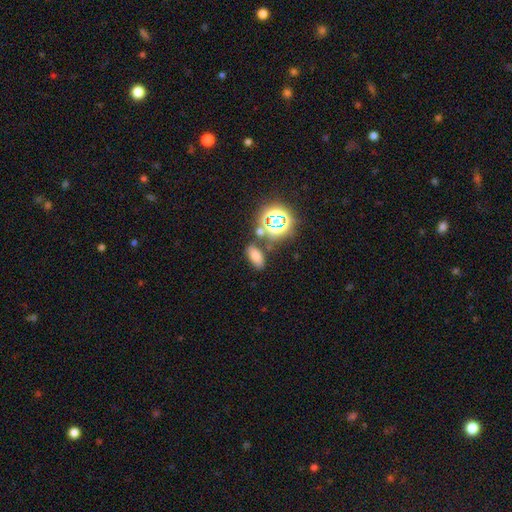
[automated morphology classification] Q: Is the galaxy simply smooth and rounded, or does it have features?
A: smooth — 67%.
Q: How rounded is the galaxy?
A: in between — 84%.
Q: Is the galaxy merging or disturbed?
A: none — 78%.